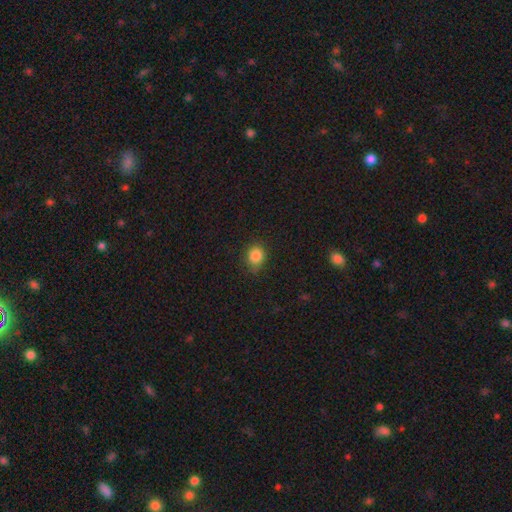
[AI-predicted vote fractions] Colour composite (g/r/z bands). It shows a smooth galaxy with no disk features (85%) that is round (67%). Merging: none (76%).